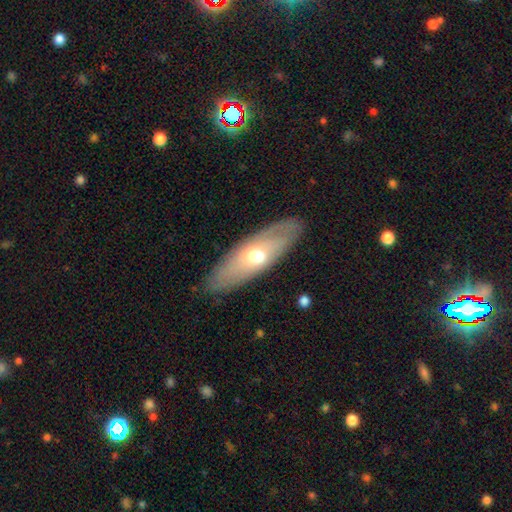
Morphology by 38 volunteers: smooth_or_featured: featured or disk (p=0.53) [alt: smooth p=0.42]
disk_edge_on: no (p=0.75) [alt: yes p=0.25]
bar: no (p=0.80) [alt: weak p=0.20]
has_spiral_arms: yes (p=0.60) [alt: no p=0.40]
spiral_winding: tight (p=0.56) [alt: medium p=0.22]
spiral_arm_count: can't tell (p=0.44) [alt: 2 p=0.33]
bulge_size: moderate (p=0.47) [alt: small p=0.27]
merging: none (p=0.89) [alt: merger p=0.06]